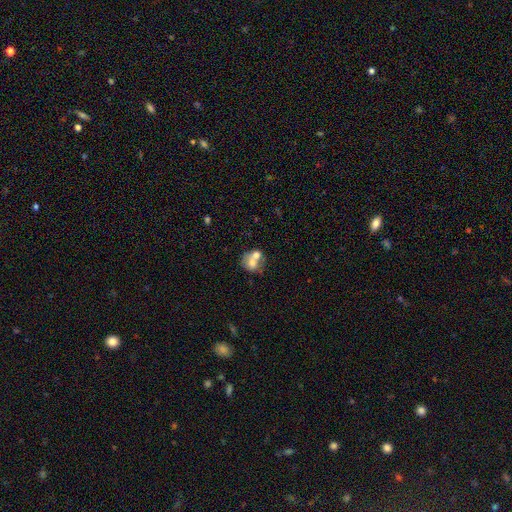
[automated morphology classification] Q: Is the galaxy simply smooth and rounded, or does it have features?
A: smooth — 61%.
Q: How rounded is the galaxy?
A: round — 64%.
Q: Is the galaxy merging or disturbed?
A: merger — 56%.